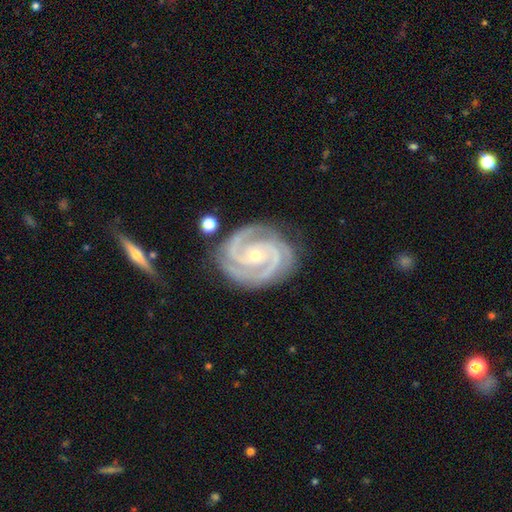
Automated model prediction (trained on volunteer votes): This is clearly a featured or disk galaxy (93%). It is clearly not viewed edge-on (98%). Bar: possibly no (60%). Spiral arm pattern: clearly yes (99%). Spiral arm count: possibly 2 (52%). Spiral winding: likely tight (71%). Central bulge: likely small (73%). Merging: likely none (78%).